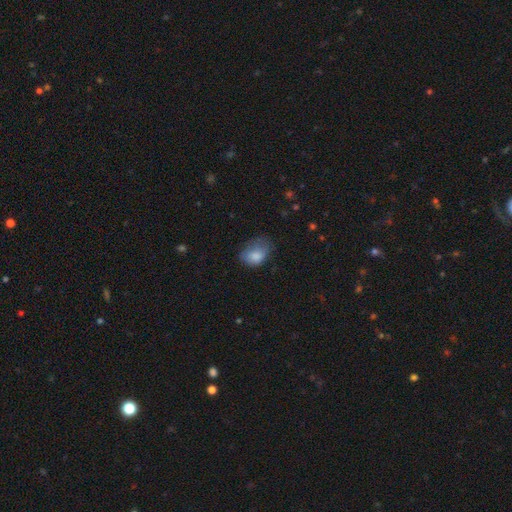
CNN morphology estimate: smooth-or-featured: smooth: 80% | featured or disk: 12% | star or artifact: 8%
  how-rounded: in between: 76% | round: 23% | cigar-shaped: 1%
  merging: none: 40% | minor disturbance: 37% | major disturbance: 22% | merger: 2%